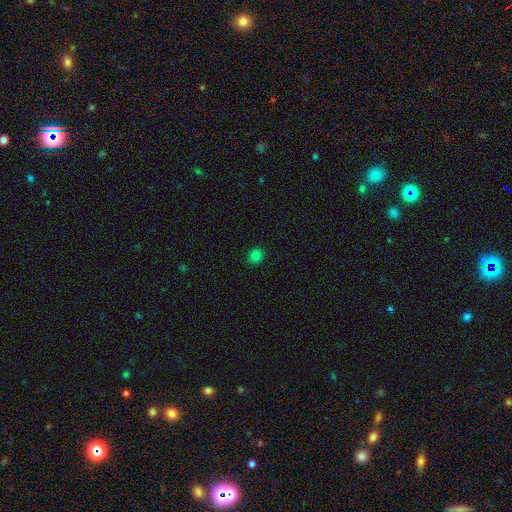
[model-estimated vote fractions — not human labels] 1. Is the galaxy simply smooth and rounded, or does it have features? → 81% smooth, 15% star or artifact, 4% featured or disk.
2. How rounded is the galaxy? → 89% round, 10% in between, 1% cigar-shaped.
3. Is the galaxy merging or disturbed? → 91% none, 6% minor disturbance, 2% major disturbance, 1% merger.